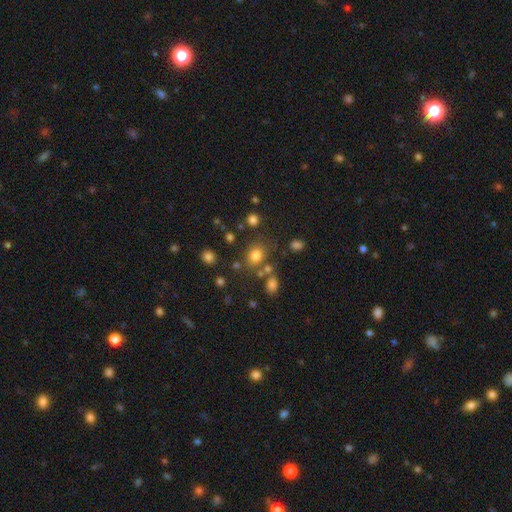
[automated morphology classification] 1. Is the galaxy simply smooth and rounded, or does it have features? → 76% smooth, 16% star or artifact, 8% featured or disk.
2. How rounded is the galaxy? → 64% round, 35% in between, 1% cigar-shaped.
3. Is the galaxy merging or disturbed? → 70% none, 13% minor disturbance, 12% merger, 6% major disturbance.